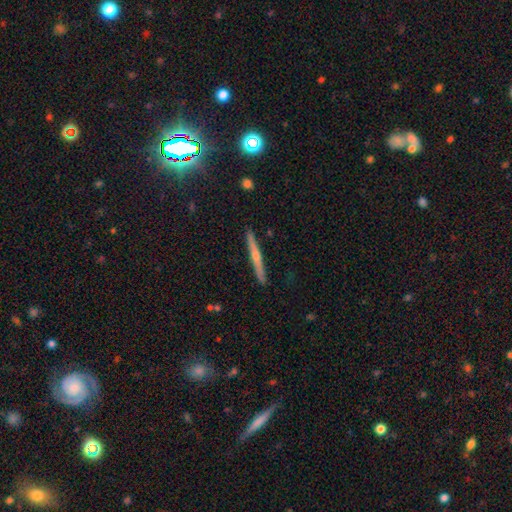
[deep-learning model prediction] Smooth or featured: featured or disk — 56% (smooth — 23%)
Edge-on disk: yes — 94% (no — 6%)
Edge-on bulge: rounded — 70% (none — 21%)
Merging: none — 88% (minor disturbance — 8%)